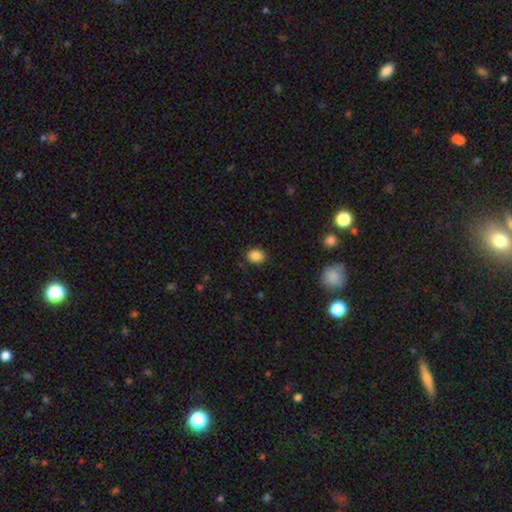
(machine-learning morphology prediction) Smooth or featured? smooth (87%)
How rounded? in between (52%)
Merging? none (86%)